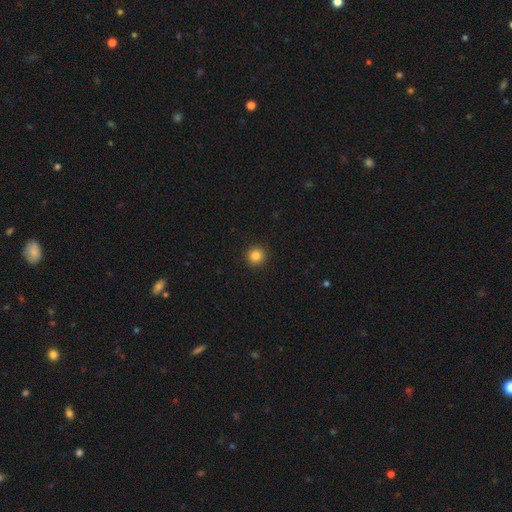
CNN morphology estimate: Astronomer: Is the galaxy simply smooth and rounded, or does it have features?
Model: smooth — 84%.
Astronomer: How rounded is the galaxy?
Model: round — 95%.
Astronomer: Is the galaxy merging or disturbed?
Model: none — 93%.